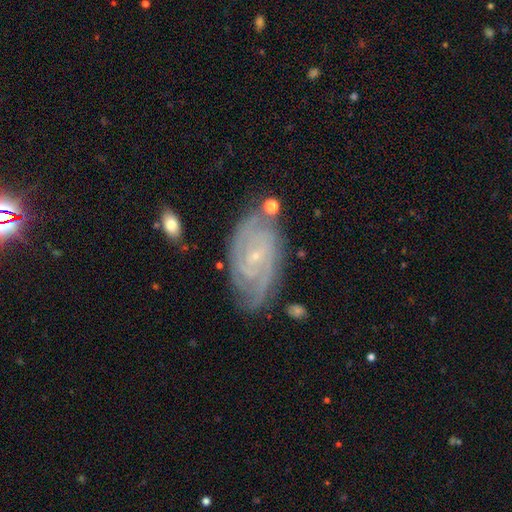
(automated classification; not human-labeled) This is clearly a featured or disk galaxy (85%). It is clearly not viewed edge-on (95%). Bar: possibly no (53%). Spiral arm pattern: clearly yes (96%). Spiral arm count: marginally 2 (30%). Spiral winding: likely tight (68%). Central bulge: clearly small (83%). Merging: likely none (72%).